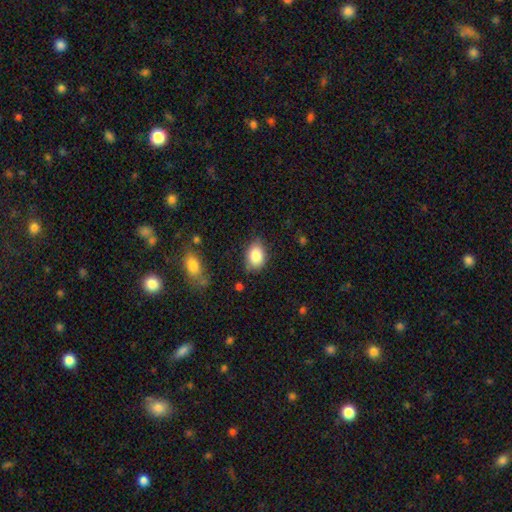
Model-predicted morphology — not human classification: This appears to be a smooth galaxy with no disk features (85%) that is in between round and cigar-shaped (72%). Merging: none (74%).